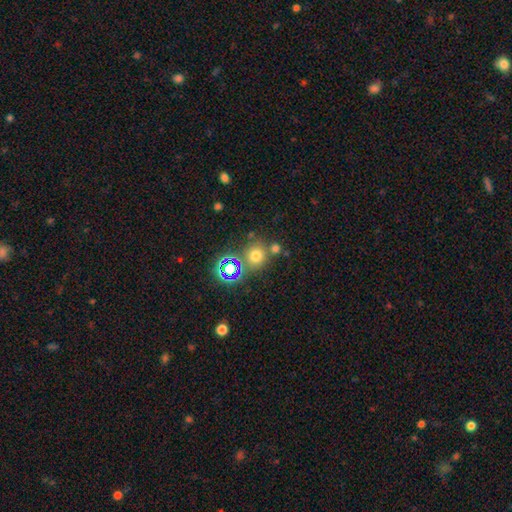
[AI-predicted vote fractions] smooth_or_featured: smooth (p=0.66) [alt: star or artifact p=0.25]
how_rounded: round (p=0.87) [alt: in between p=0.12]
merging: none (p=0.67) [alt: merger p=0.18]